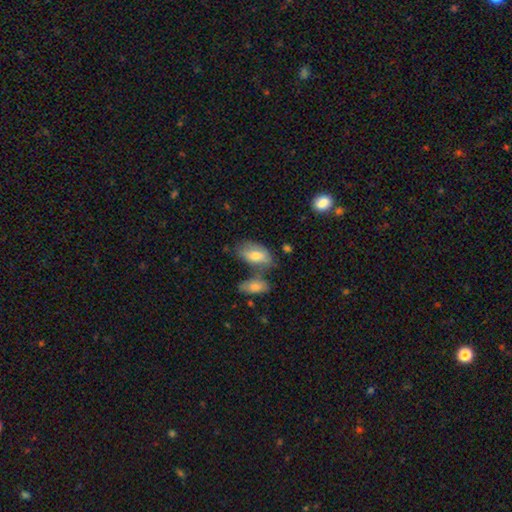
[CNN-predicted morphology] Smooth or featured?
  - smooth: 69% *
  - featured or disk: 25%
  - star or artifact: 6%
How rounded?
  - in between: 92% *
  - round: 4%
  - cigar-shaped: 4%
Merging?
  - none: 47% *
  - merger: 26%
  - minor disturbance: 20%
  - major disturbance: 7%